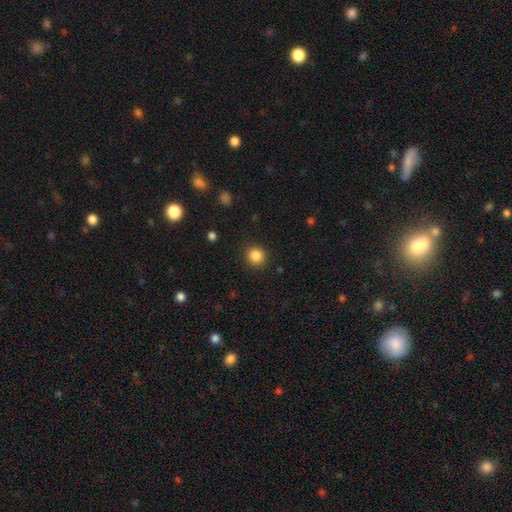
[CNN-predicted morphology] This is clearly a smooth galaxy (86%). How rounded: clearly round (90%). Merging: clearly none (89%).